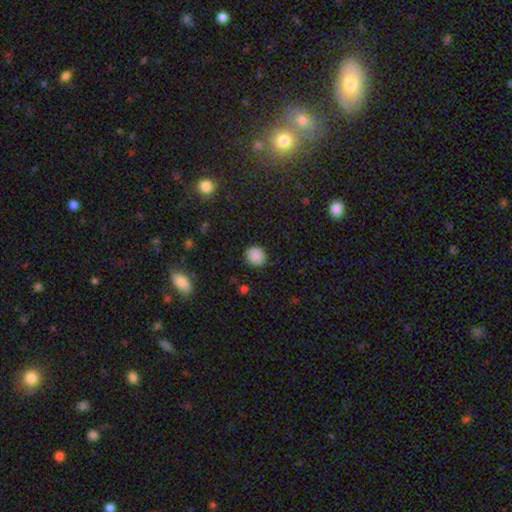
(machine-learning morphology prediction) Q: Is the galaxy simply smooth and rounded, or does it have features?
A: smooth — 87%.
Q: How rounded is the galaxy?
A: round — 86%.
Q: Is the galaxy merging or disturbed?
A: none — 85%.